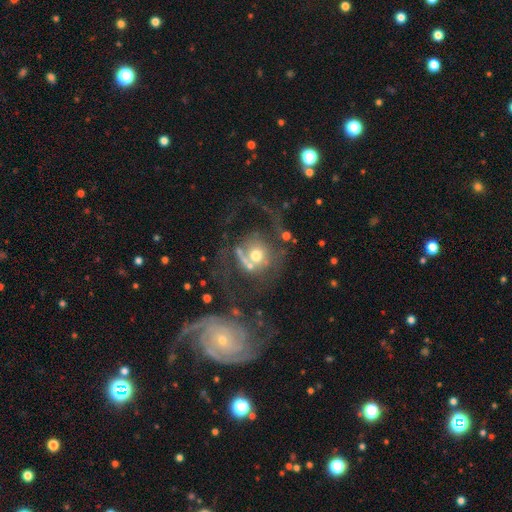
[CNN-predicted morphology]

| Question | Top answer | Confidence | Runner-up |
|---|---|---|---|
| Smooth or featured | featured or disk | 53% | smooth (33%) |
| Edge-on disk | no | 96% | yes (4%) |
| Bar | no | 82% | weak (14%) |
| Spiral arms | no | 53% | yes (47%) |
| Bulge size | moderate | 62% | small (19%) |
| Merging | major disturbance | 34% | tied: none (34%) |